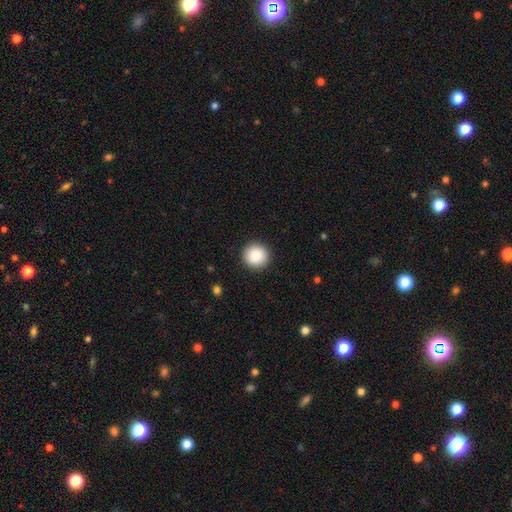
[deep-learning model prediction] Smooth or featured? smooth (88%)
How rounded? round (95%)
Merging? none (92%)